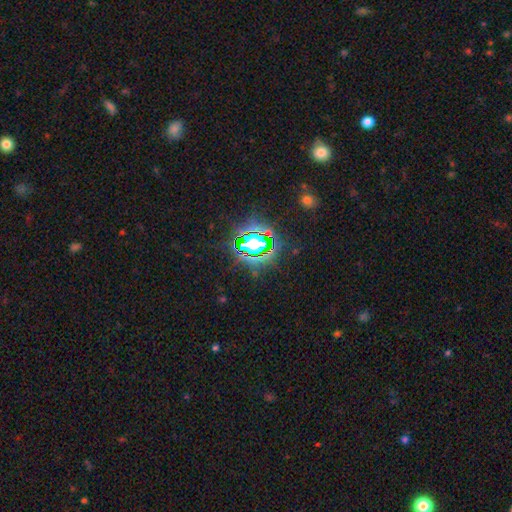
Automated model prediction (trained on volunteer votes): Smooth or featured? star or artifact (80%)